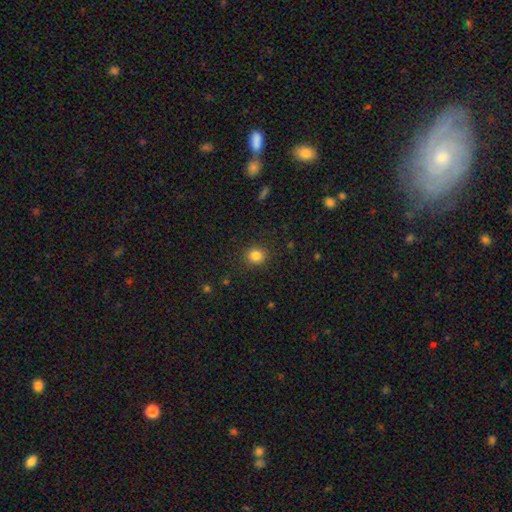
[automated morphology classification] Smooth or featured?
  - smooth: 83% *
  - star or artifact: 12%
  - featured or disk: 5%
How rounded?
  - round: 88% *
  - in between: 11%
  - cigar-shaped: 1%
Merging?
  - none: 90% *
  - minor disturbance: 7%
  - major disturbance: 2%
  - merger: 1%